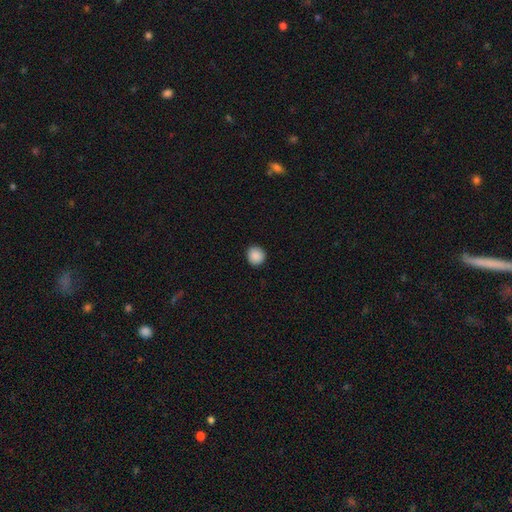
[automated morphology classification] Q: Smooth or featured?
A: smooth (89%); runner-up: star or artifact (8%)
Q: How rounded?
A: round (91%); runner-up: in between (8%)
Q: Merging?
A: none (92%); runner-up: minor disturbance (6%)